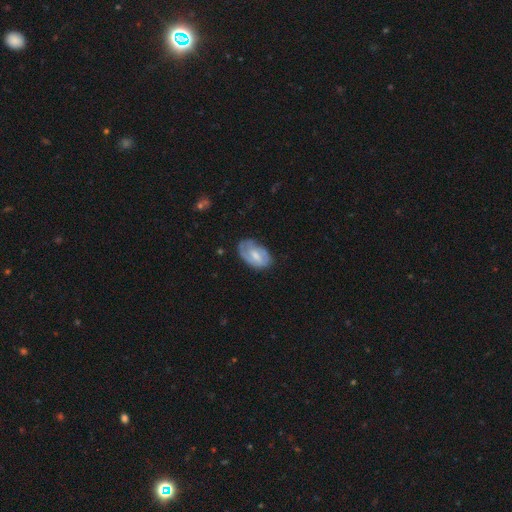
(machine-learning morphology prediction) smooth-or-featured: featured or disk: 57% | smooth: 37% | star or artifact: 6%
  disk-edge-on: no: 95% | yes: 5%
    bar: weak: 51% | no: 35% | strong: 15%
    has-spiral-arms: yes: 75% | no: 25%
    bulge-size: moderate: 44% | small: 39% | none: 11% | large: 5% | dominant: 1%
  merging: none: 62% | minor disturbance: 26% | major disturbance: 10% | merger: 2%